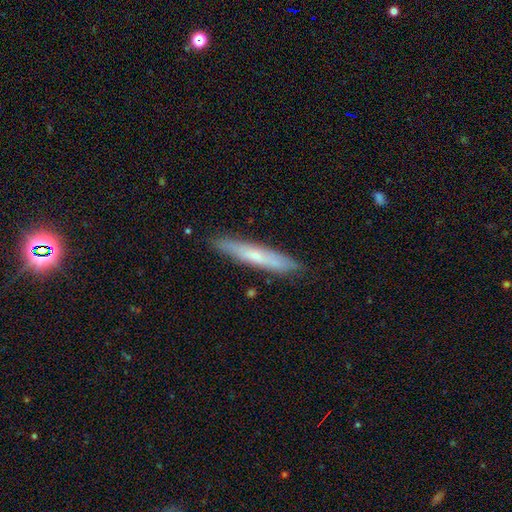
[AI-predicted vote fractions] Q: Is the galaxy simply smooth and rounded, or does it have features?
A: smooth — 53%.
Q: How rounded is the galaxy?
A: cigar-shaped — 92%.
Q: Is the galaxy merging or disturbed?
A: none — 87%.